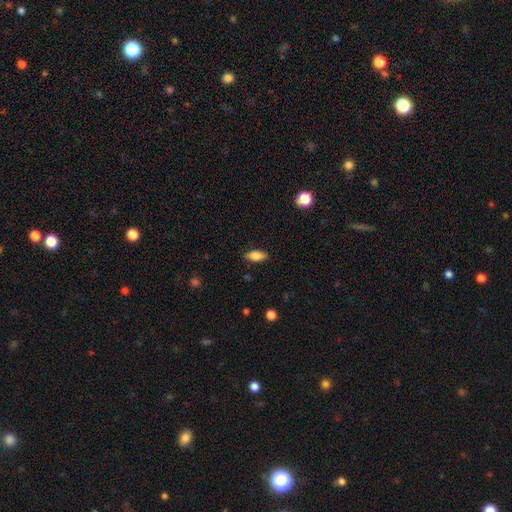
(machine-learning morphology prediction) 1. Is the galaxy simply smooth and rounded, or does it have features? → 82% smooth, 11% featured or disk, 8% star or artifact.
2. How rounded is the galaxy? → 83% in between, 14% cigar-shaped, 3% round.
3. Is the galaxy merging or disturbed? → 86% none, 11% minor disturbance, 2% major disturbance, 1% merger.